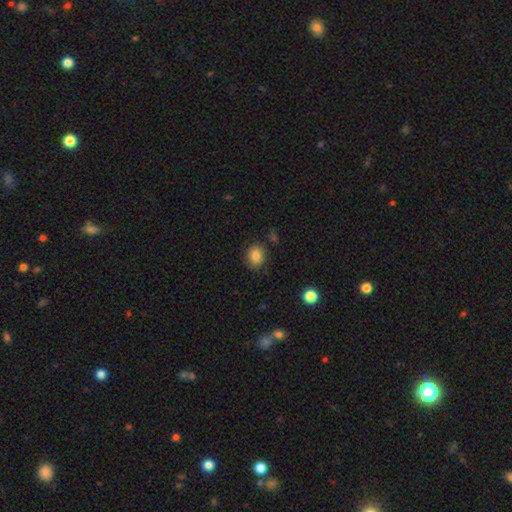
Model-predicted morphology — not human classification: Smooth or featured? Predicted: smooth (p=0.85). How rounded? Predicted: round (p=0.51). Merging? Predicted: none (p=0.84).